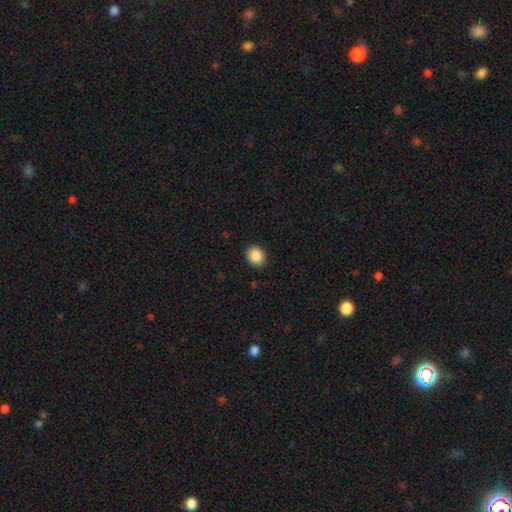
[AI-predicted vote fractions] Overall: smooth (89%). How rounded: round (67%; in between 32%). Merging: none (91%).